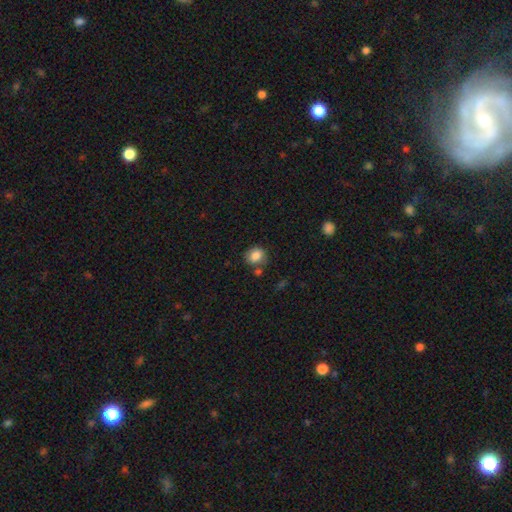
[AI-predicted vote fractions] This appears to be a smooth galaxy with no disk features (84%) that is round (65%). Merging: none (72%).